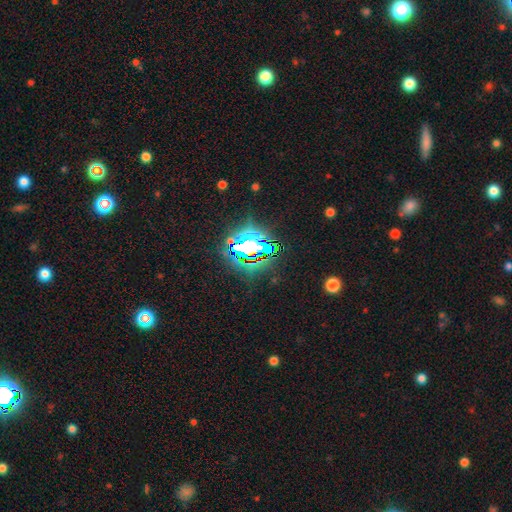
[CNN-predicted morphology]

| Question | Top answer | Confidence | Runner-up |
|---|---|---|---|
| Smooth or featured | star or artifact | 75% | smooth (15%) |